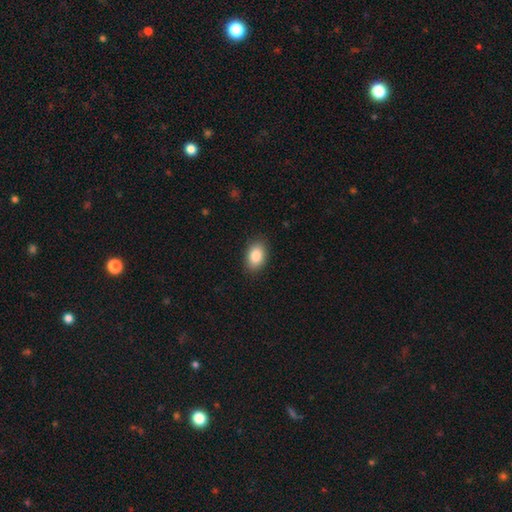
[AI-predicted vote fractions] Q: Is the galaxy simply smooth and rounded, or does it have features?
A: smooth — 88%.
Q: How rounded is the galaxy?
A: in between — 88%.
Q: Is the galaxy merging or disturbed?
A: none — 88%.